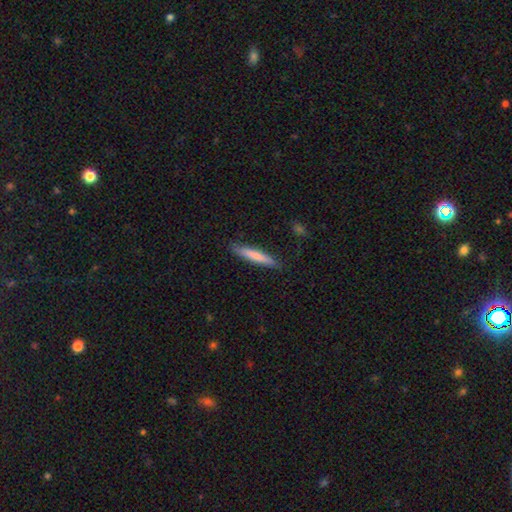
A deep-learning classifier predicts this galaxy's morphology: This appears to be a smooth galaxy with no disk features (74%) that is cigar-shaped (92%). Merging: none (87%).